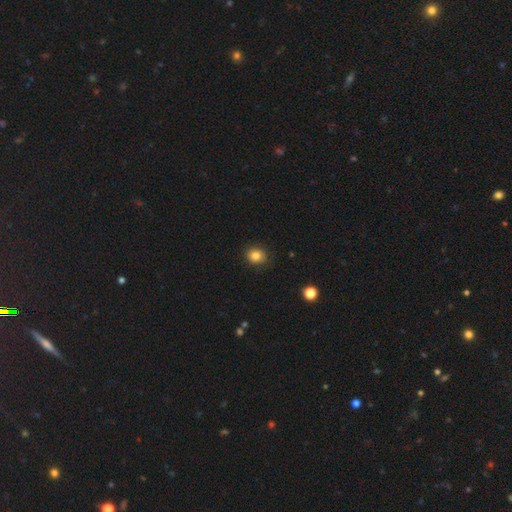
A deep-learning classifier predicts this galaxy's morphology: A smooth galaxy with no disk features (83%) that is round (72%).

Vote fractions:
- Smooth or featured? smooth: 83% / star or artifact: 11% / featured or disk: 6%
- How rounded? round: 72% / in between: 27% / cigar-shaped: 1%
- Merging? none: 84% / minor disturbance: 12% / major disturbance: 3% / merger: 1%